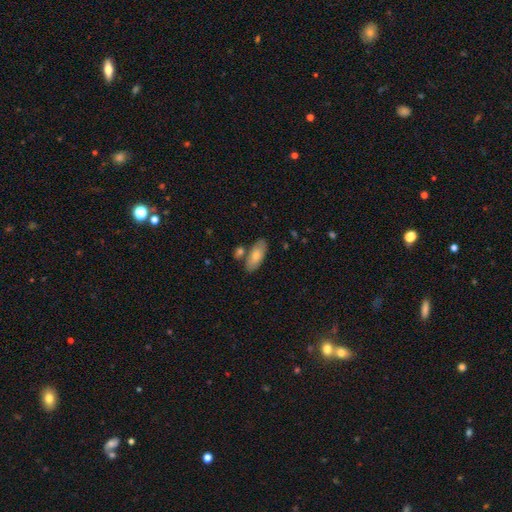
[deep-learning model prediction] Smooth or featured? smooth (76%)
How rounded? in between (84%)
Merging? none (74%)